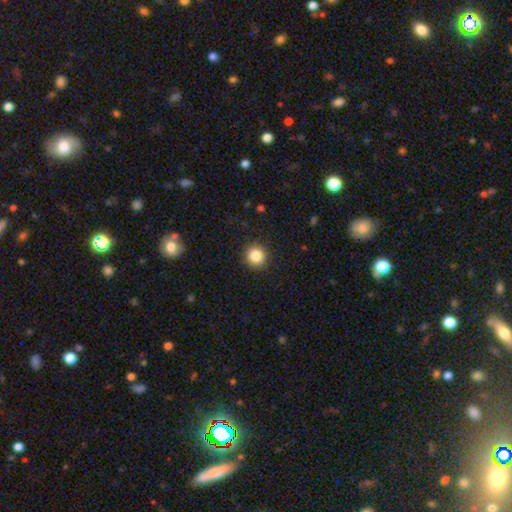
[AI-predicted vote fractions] Smooth or featured?
  - smooth: 85% *
  - star or artifact: 11%
  - featured or disk: 4%
How rounded?
  - round: 93% *
  - in between: 6%
  - cigar-shaped: 1%
Merging?
  - none: 91% *
  - minor disturbance: 6%
  - major disturbance: 2%
  - merger: 1%